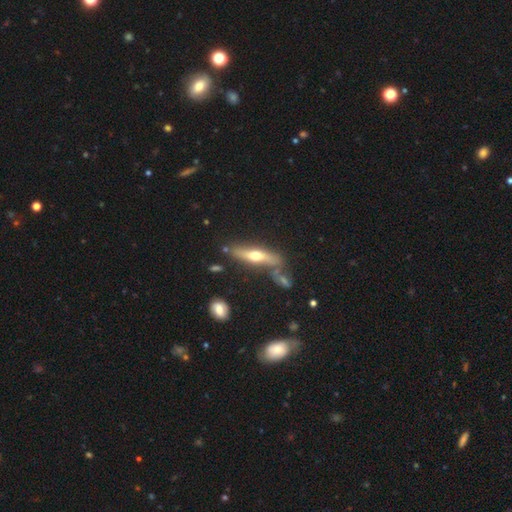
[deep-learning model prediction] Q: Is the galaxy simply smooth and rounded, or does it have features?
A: featured or disk — 53%.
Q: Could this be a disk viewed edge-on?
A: yes — 82%.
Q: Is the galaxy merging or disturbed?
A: none — 68%.